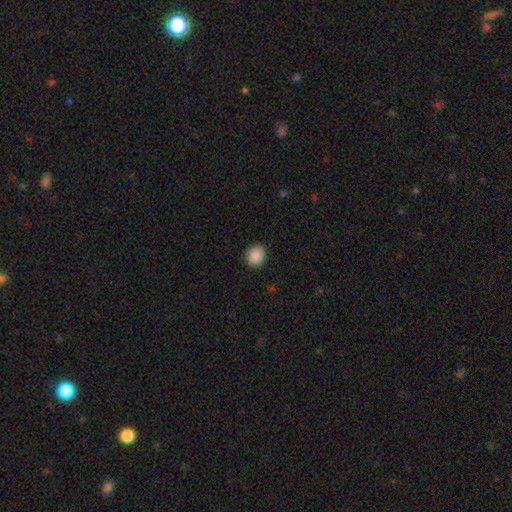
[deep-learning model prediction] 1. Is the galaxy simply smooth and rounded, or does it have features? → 88% smooth, 8% star or artifact, 3% featured or disk.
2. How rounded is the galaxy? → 77% round, 22% in between, 1% cigar-shaped.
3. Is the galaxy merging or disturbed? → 90% none, 7% minor disturbance, 2% major disturbance, 1% merger.